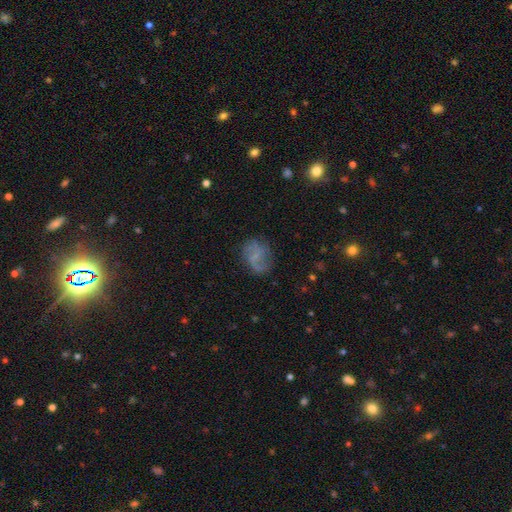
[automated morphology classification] Q: Smooth or featured?
A: featured or disk (55%); runner-up: smooth (33%)
Q: Edge-on disk?
A: no (98%); runner-up: yes (2%)
Q: Bar?
A: no (49%); runner-up: weak (40%)
Q: Spiral arms?
A: yes (80%); runner-up: no (20%)
Q: Bulge size?
A: none (50%); runner-up: small (39%)
Q: Merging?
A: none (66%); runner-up: minor disturbance (20%)